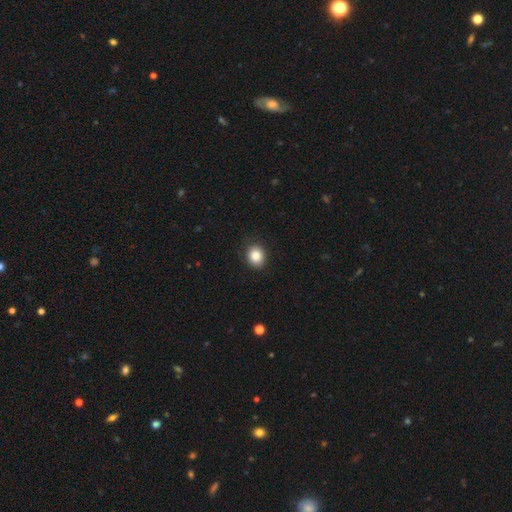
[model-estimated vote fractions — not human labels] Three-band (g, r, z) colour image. It shows a smooth galaxy with no disk features (85%) that is round (59%). Merging: none (87%).